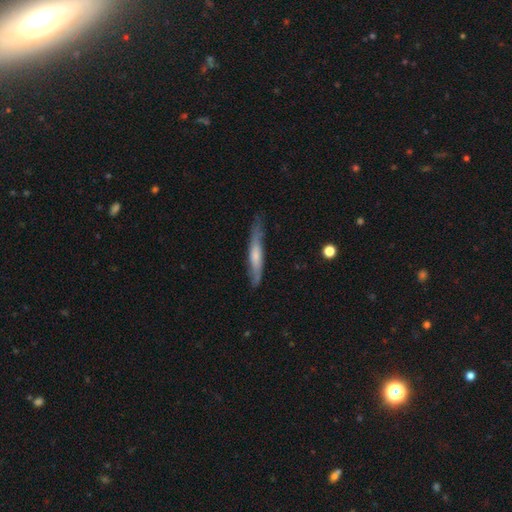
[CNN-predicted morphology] Overall: smooth (49%; featured or disk 46%). Merging: none (71%).